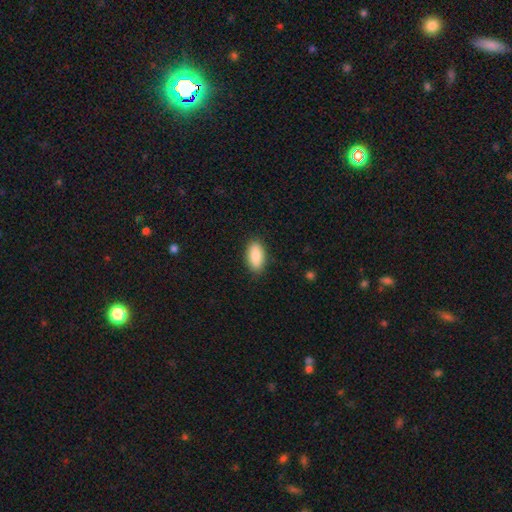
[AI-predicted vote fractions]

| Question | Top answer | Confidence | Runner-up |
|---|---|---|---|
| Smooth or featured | smooth | 89% | star or artifact (6%) |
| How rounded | in between | 92% | cigar-shaped (5%) |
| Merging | none | 88% | minor disturbance (9%) |